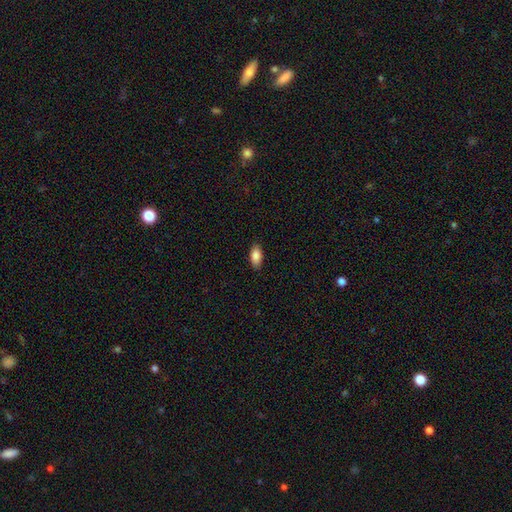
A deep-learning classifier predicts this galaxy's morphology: Smooth or featured?
  - smooth: 87% *
  - star or artifact: 7%
  - featured or disk: 6%
How rounded?
  - in between: 91% *
  - cigar-shaped: 6%
  - round: 3%
Merging?
  - none: 88% *
  - minor disturbance: 9%
  - major disturbance: 2%
  - merger: 1%